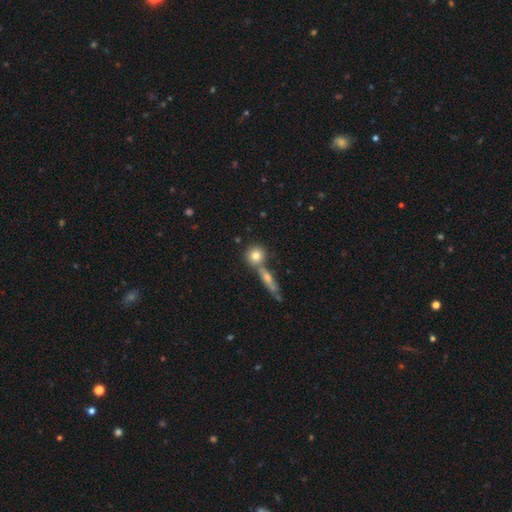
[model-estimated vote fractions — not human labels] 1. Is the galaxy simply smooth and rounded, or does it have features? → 76% smooth, 14% featured or disk, 10% star or artifact.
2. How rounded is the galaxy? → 83% round, 12% in between, 5% cigar-shaped.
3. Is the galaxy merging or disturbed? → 60% none, 28% merger, 9% minor disturbance, 3% major disturbance.